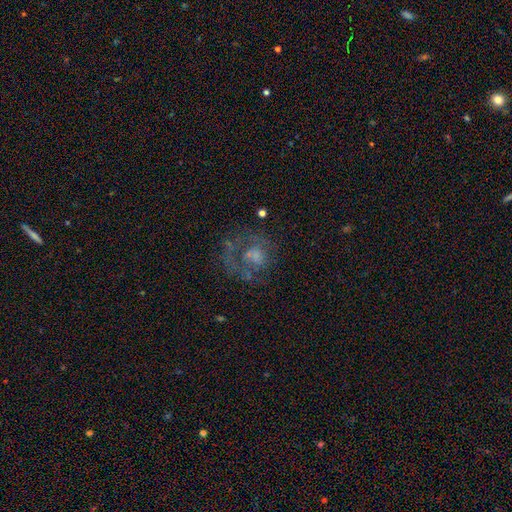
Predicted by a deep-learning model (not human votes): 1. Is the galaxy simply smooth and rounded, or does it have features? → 58% featured or disk, 27% smooth, 15% star or artifact.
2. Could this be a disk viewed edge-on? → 98% no, 2% yes.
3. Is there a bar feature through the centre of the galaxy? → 82% no, 15% weak, 3% strong.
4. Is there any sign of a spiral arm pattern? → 53% no, 47% yes.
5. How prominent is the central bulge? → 34% none, 30% moderate, 25% small, 9% large, 2% dominant.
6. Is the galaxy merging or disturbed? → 47% none, 32% major disturbance, 17% minor disturbance, 5% merger.